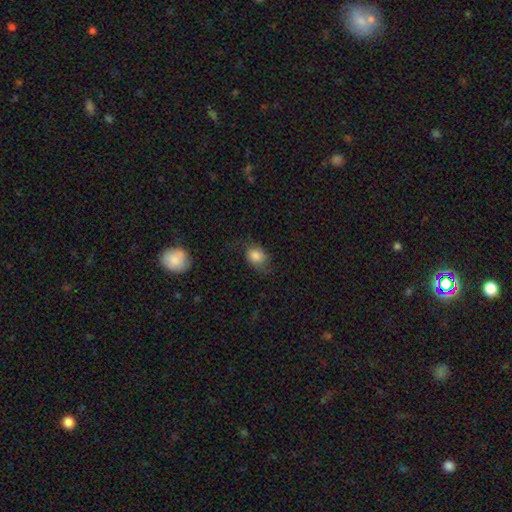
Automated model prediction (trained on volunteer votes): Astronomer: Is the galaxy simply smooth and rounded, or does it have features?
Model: smooth — 75%.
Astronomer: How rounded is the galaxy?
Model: in between — 52% (runner-up: round, 46%).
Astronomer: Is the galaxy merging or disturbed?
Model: none — 59%.